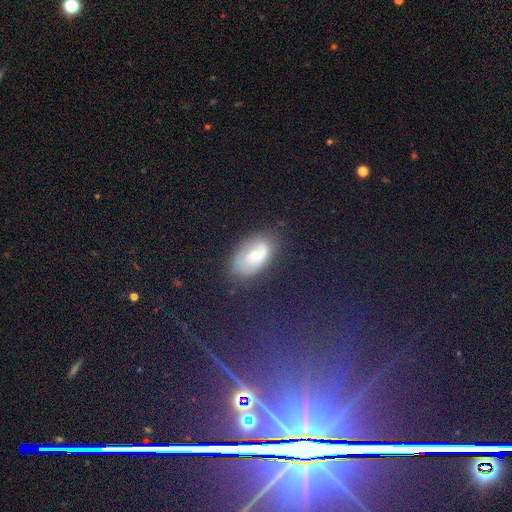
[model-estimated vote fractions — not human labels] Overall: smooth (49%; featured or disk 39%). Merging: none (67%).